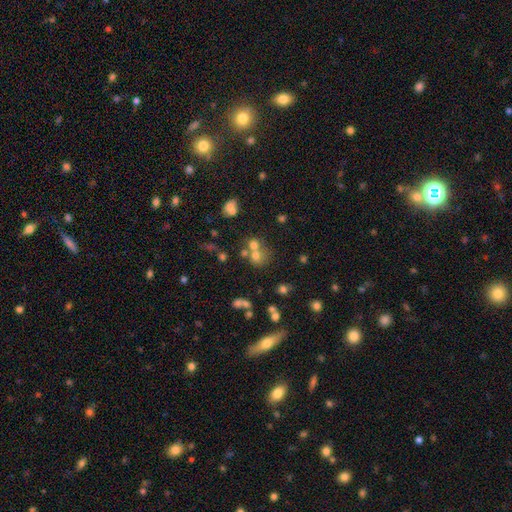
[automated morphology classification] Overall: smooth (62%). How rounded: round (79%). Merging: merger (48%; none 40%).